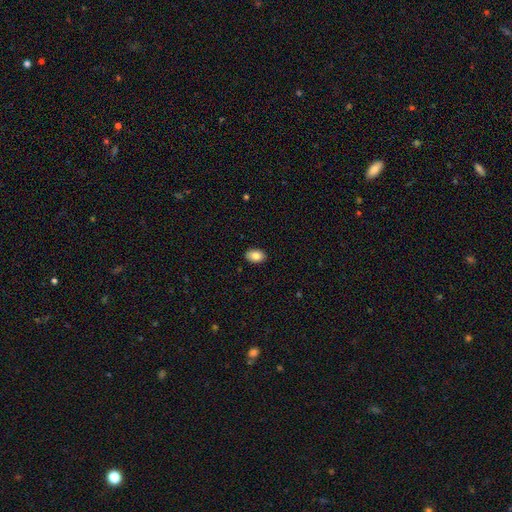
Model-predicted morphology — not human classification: smooth 84%, featured or disk 9%, star or artifact 7%. Down the decision tree: how rounded — in between (89%); merging — none (89%).